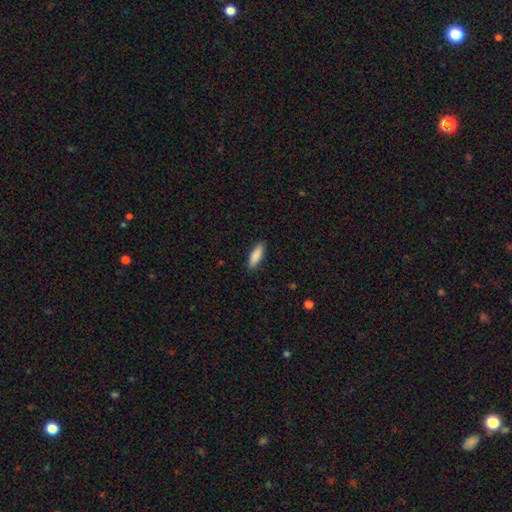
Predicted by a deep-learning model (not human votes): Smooth or featured? Predicted: smooth (p=0.88). How rounded? Predicted: in between (p=0.54). Merging? Predicted: none (p=0.88).